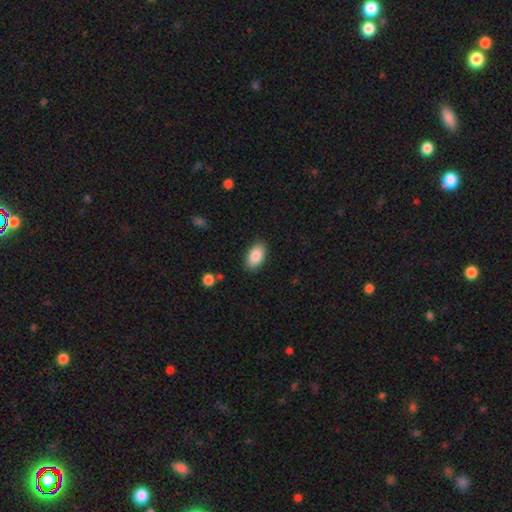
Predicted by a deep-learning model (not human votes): smooth_or_featured: smooth (p=0.86) [alt: featured or disk p=0.07]
how_rounded: in between (p=0.93) [alt: round p=0.05]
merging: none (p=0.86) [alt: minor disturbance p=0.10]